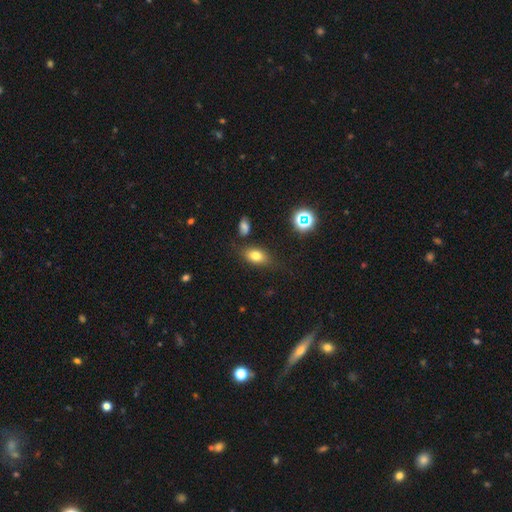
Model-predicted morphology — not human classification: Smooth or featured? smooth (75%)
How rounded? in between (83%)
Merging? none (75%)